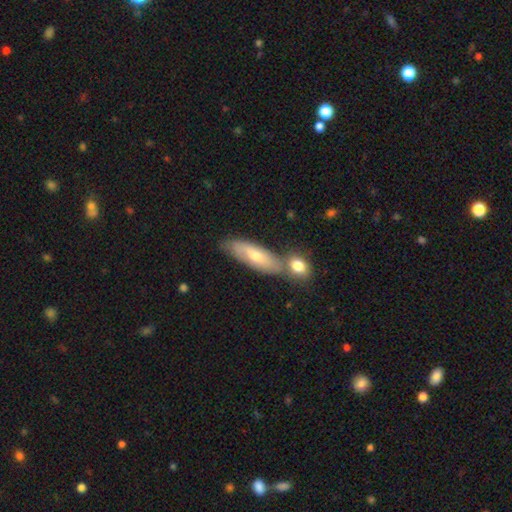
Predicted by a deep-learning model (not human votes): smooth_or_featured: smooth (p=0.53) [alt: featured or disk p=0.41]
how_rounded: in between (p=0.53) [alt: cigar-shaped p=0.44]
merging: none (p=0.50) [alt: merger p=0.31]